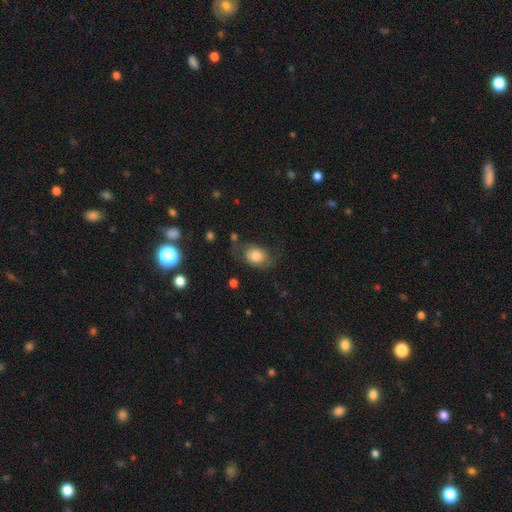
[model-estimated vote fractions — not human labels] Smooth or featured?
  - smooth: 73% *
  - featured or disk: 18%
  - star or artifact: 8%
How rounded?
  - in between: 63% *
  - round: 36%
  - cigar-shaped: 1%
Merging?
  - none: 57% *
  - minor disturbance: 25%
  - major disturbance: 16%
  - merger: 3%